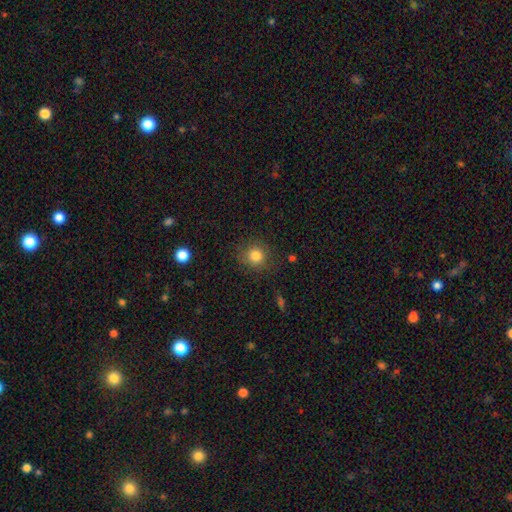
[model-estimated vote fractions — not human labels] smooth_or_featured: smooth (p=0.82) [alt: star or artifact p=0.11]
how_rounded: round (p=0.89) [alt: in between p=0.10]
merging: none (p=0.84) [alt: minor disturbance p=0.11]